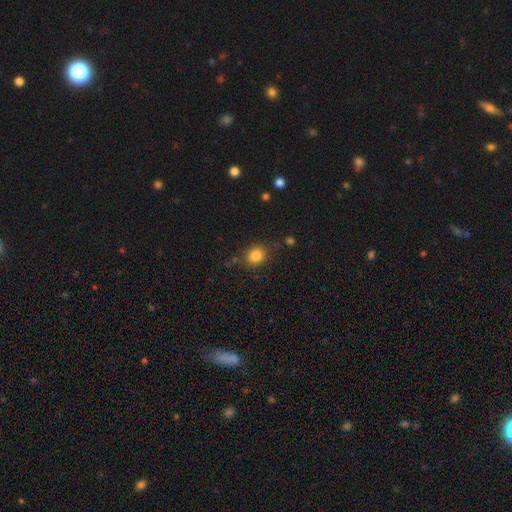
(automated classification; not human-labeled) smooth_or_featured: smooth (p=0.83) [alt: star or artifact p=0.11]
how_rounded: round (p=0.68) [alt: in between p=0.31]
merging: none (p=0.80) [alt: minor disturbance p=0.13]